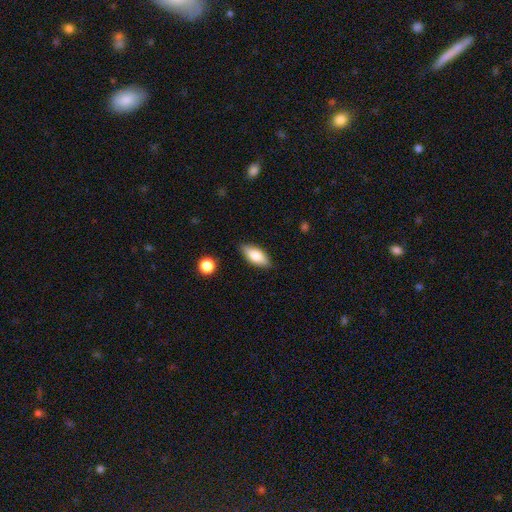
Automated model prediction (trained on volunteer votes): smooth 79%, featured or disk 15%, star or artifact 7%. Down the decision tree: how rounded — in between (84%); merging — none (84%).